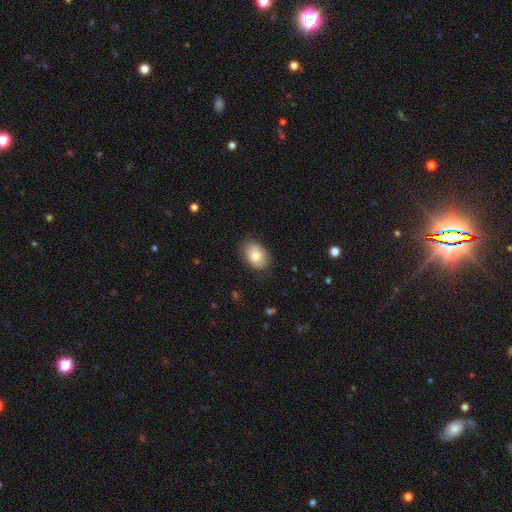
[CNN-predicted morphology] Smooth or featured: smooth — 77% (featured or disk — 16%)
How rounded: in between — 79% (round — 20%)
Merging: none — 81% (minor disturbance — 15%)